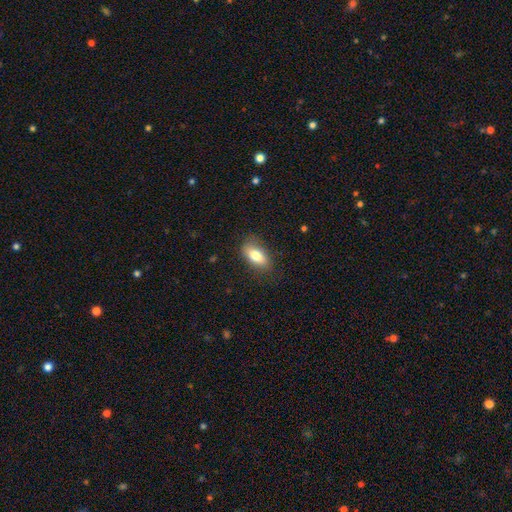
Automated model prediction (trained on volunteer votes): A smooth galaxy with no disk features (77%) that is in between round and cigar-shaped (87%). Merging: none (79%).